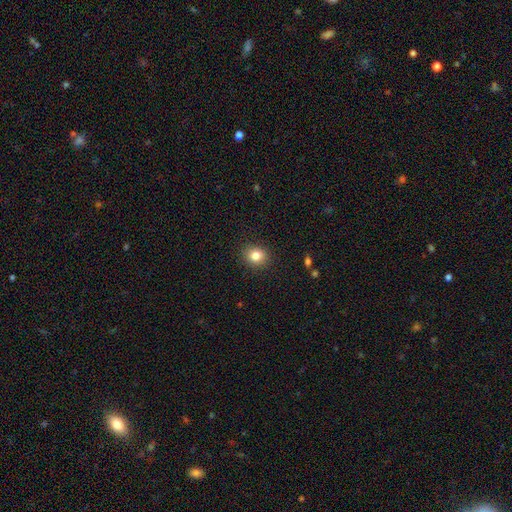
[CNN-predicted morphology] Smooth or featured? smooth (82%)
How rounded? round (71%)
Merging? none (90%)